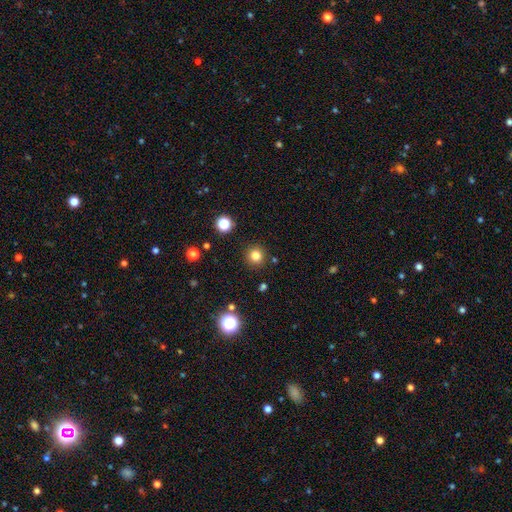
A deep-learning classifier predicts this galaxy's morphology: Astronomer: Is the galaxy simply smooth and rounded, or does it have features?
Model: smooth — 80%.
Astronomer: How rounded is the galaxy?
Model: round — 95%.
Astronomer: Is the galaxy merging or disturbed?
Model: none — 90%.